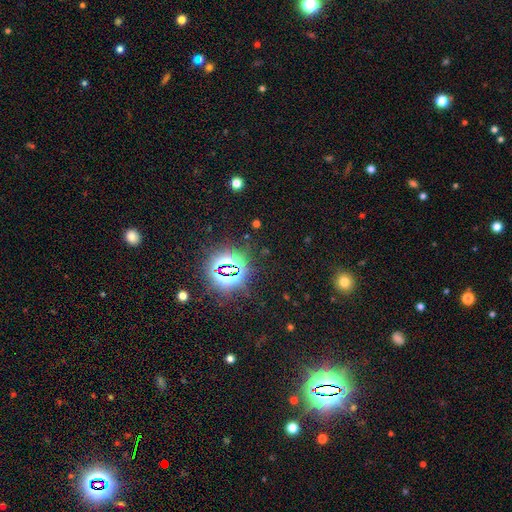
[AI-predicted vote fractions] Q: Smooth or featured?
A: star or artifact (80%); runner-up: smooth (12%)